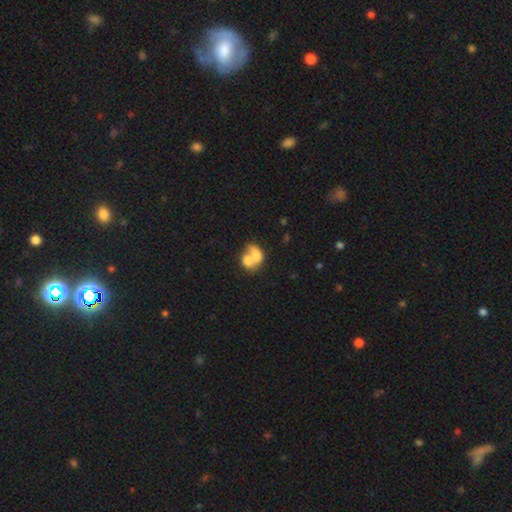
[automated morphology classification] Smooth or featured?
  - smooth: 64% *
  - featured or disk: 27%
  - star or artifact: 9%
How rounded?
  - in between: 59% *
  - round: 40%
  - cigar-shaped: 1%
Merging?
  - merger: 74% *
  - none: 14%
  - major disturbance: 6%
  - minor disturbance: 6%